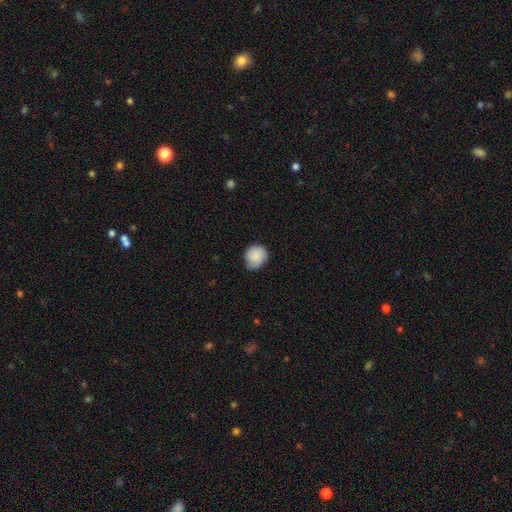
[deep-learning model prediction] smooth 86%, featured or disk 7%, star or artifact 7%. Down the decision tree: how rounded — round (80%); merging — none (63%).